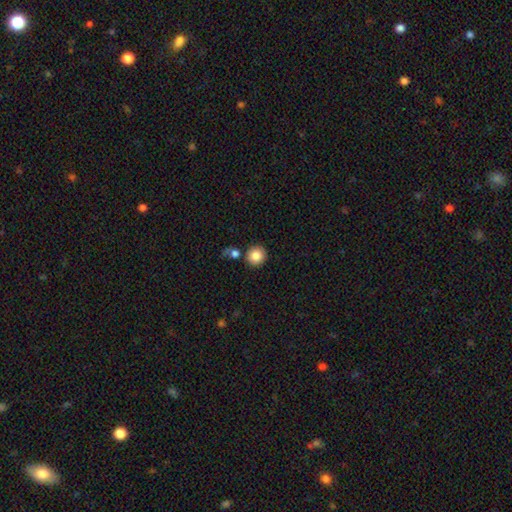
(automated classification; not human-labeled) Q: Smooth or featured?
A: smooth (84%); runner-up: star or artifact (9%)
Q: How rounded?
A: round (93%); runner-up: in between (6%)
Q: Merging?
A: none (84%); runner-up: minor disturbance (7%)